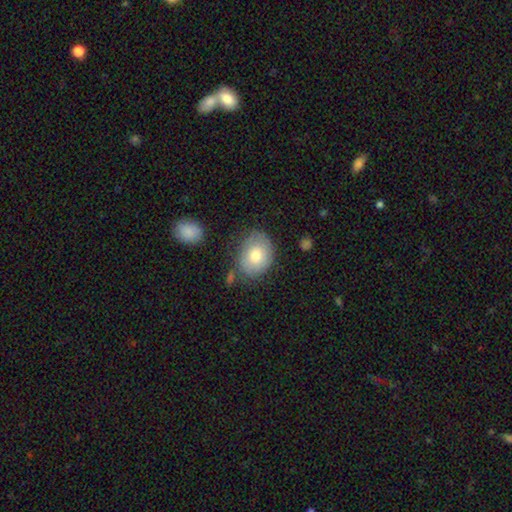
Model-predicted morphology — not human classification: Smooth or featured: smooth — 75% (featured or disk — 17%)
How rounded: in between — 54% (round — 45%)
Merging: none — 71% (minor disturbance — 20%)